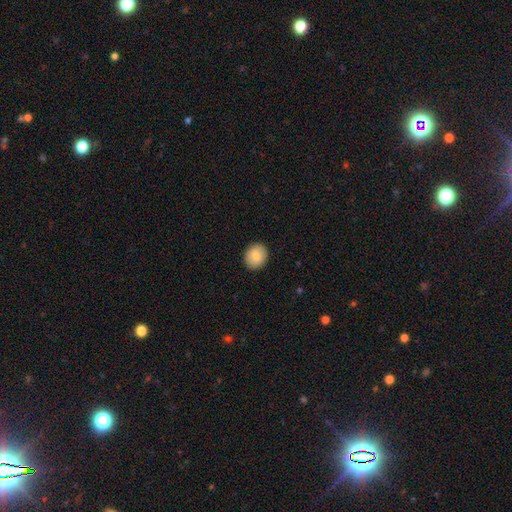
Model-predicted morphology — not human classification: Overall: smooth (85%). How rounded: round (70%). Merging: none (90%).